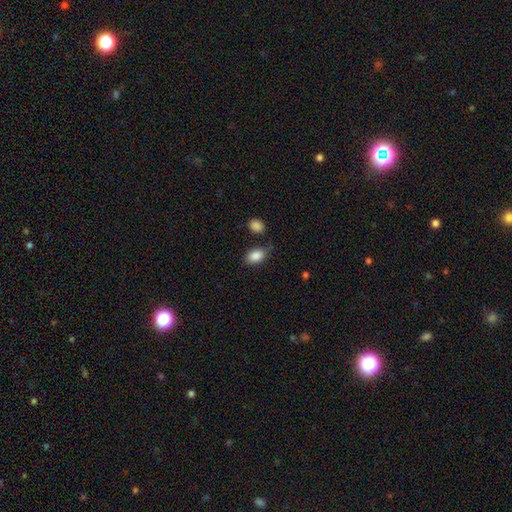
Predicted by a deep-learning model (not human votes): This appears to be a smooth galaxy with no disk features (88%) that is in between round and cigar-shaped (88%). Merging: none (72%).